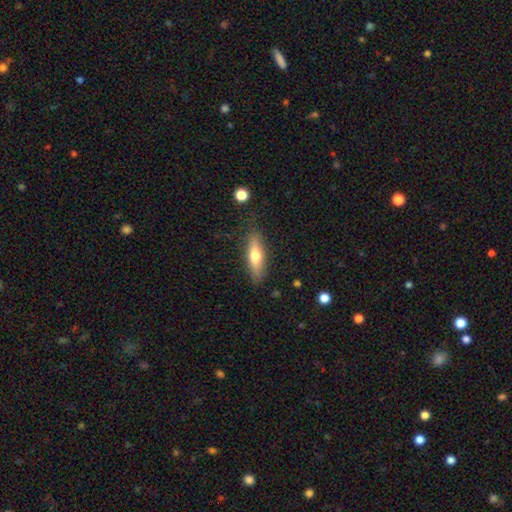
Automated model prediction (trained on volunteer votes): Smooth or featured: smooth — 62% (featured or disk — 31%)
How rounded: cigar-shaped — 60% (in between — 38%)
Merging: none — 83% (minor disturbance — 12%)